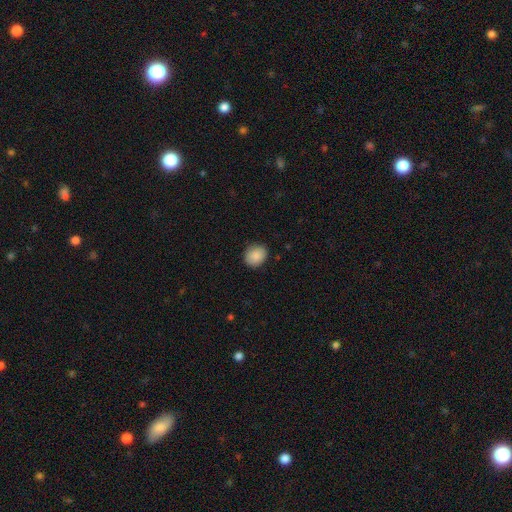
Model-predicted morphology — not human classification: smooth_or_featured: smooth (p=0.89) [alt: star or artifact p=0.08]
how_rounded: round (p=0.62) [alt: in between p=0.37]
merging: none (p=0.86) [alt: minor disturbance p=0.11]